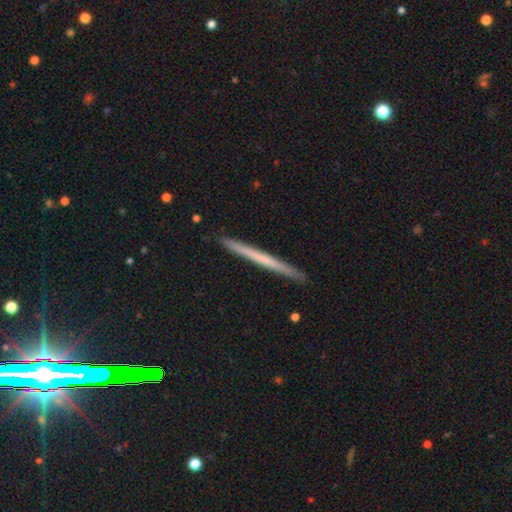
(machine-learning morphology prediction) type=featured or disk (51%); edge-on=yes (97%); merging=none (91%).